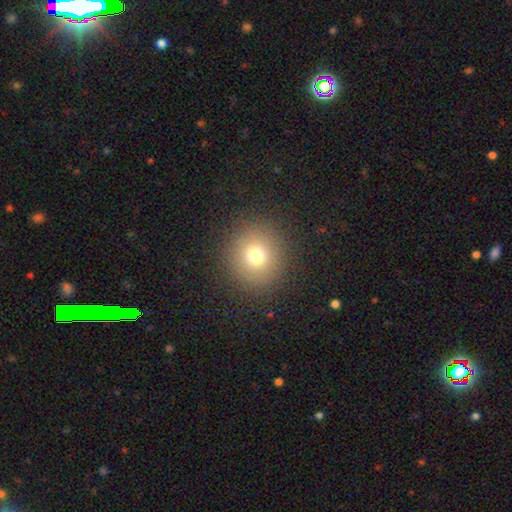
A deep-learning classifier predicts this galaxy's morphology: smooth_or_featured: smooth (p=0.73) [alt: star or artifact p=0.16]
how_rounded: round (p=0.91) [alt: in between p=0.08]
merging: none (p=0.89) [alt: minor disturbance p=0.07]